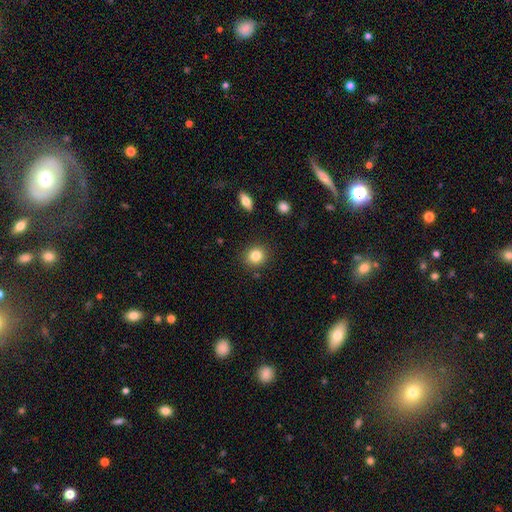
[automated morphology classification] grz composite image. It shows a smooth galaxy with no disk features (84%) that is round (85%). Merging: none (89%).